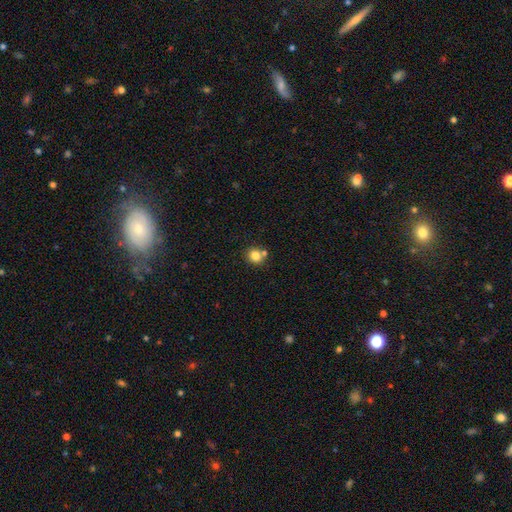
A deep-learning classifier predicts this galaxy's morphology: smooth-or-featured: smooth: 82% | star or artifact: 11% | featured or disk: 7%
  how-rounded: round: 82% | in between: 17% | cigar-shaped: 1%
  merging: none: 65% | merger: 22% | minor disturbance: 10% | major disturbance: 3%